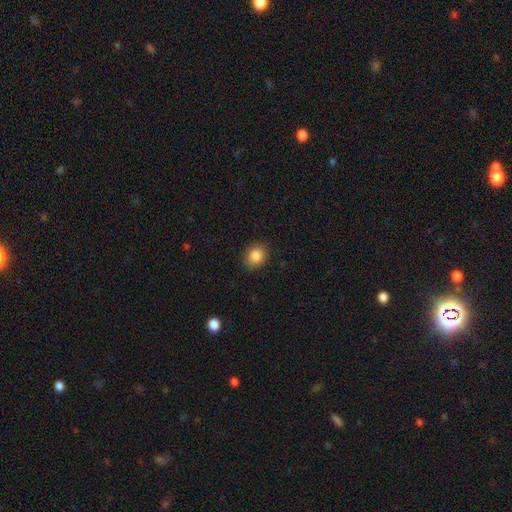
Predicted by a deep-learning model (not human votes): Smooth or featured?
  - smooth: 85% *
  - star or artifact: 9%
  - featured or disk: 6%
How rounded?
  - round: 60% *
  - in between: 40%
  - cigar-shaped: 1%
Merging?
  - none: 88% *
  - minor disturbance: 9%
  - major disturbance: 2%
  - merger: 1%